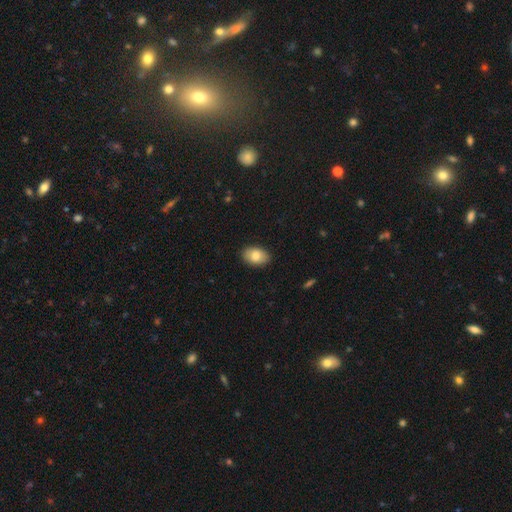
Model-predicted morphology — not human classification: smooth 82%, featured or disk 11%, star or artifact 7%. Down the decision tree: how rounded — in between (90%); merging — none (89%).